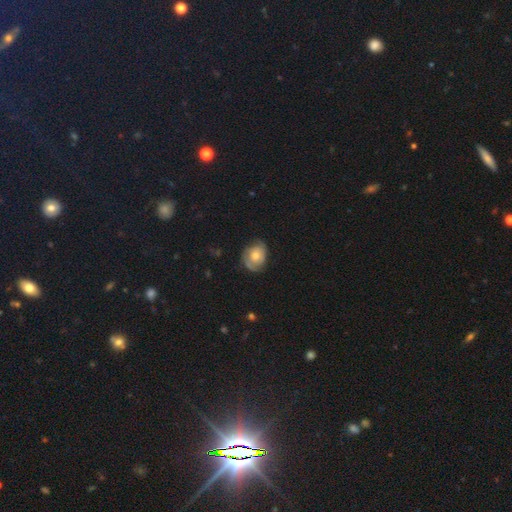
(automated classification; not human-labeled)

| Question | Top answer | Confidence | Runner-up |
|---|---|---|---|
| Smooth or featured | featured or disk | 58% | smooth (35%) |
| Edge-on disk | no | 97% | yes (3%) |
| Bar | no | 81% | weak (16%) |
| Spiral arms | yes | 82% | no (18%) |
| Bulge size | moderate | 61% | small (25%) |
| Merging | none | 65% | minor disturbance (25%) |